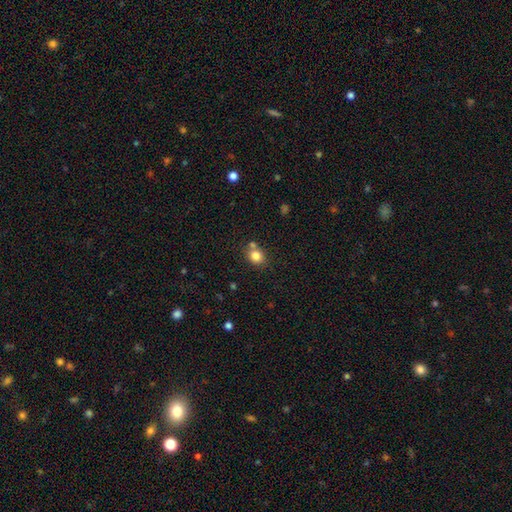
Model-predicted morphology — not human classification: Smooth or featured: smooth — 82% (star or artifact — 11%)
How rounded: round — 69% (in between — 30%)
Merging: none — 65% (merger — 19%)